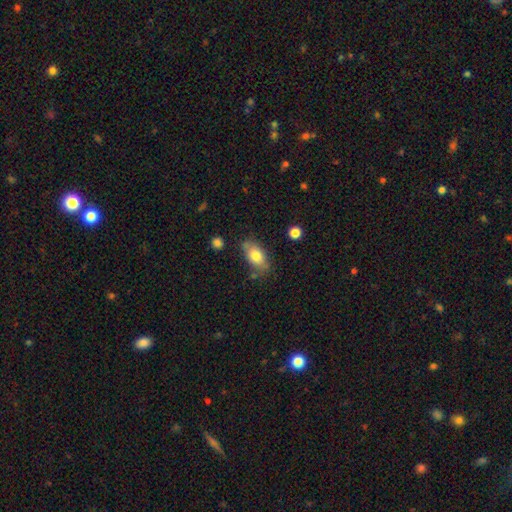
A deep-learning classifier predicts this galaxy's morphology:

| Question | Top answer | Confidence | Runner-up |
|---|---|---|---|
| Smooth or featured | smooth | 76% | featured or disk (16%) |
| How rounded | in between | 89% | round (7%) |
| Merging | none | 70% | minor disturbance (20%) |